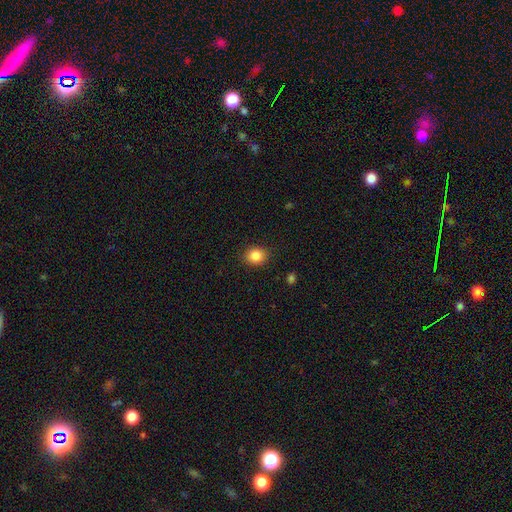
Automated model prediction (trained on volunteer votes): Morphology: type=smooth (85%); roundness=round (64%); merging=none (88%).